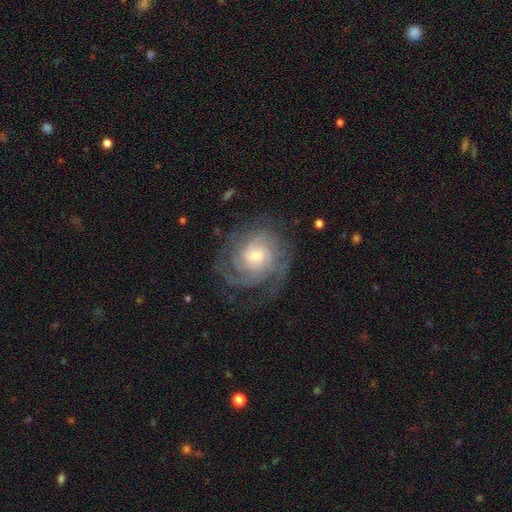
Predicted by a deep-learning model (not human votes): This is clearly a featured or disk galaxy (85%). It is clearly not viewed edge-on (97%). Bar: likely no (63%). Spiral arm pattern: clearly yes (96%). Spiral arm count: marginally can't tell (30%). Spiral winding: likely tight (65%). Central bulge: possibly small (55%). Merging: likely none (72%).